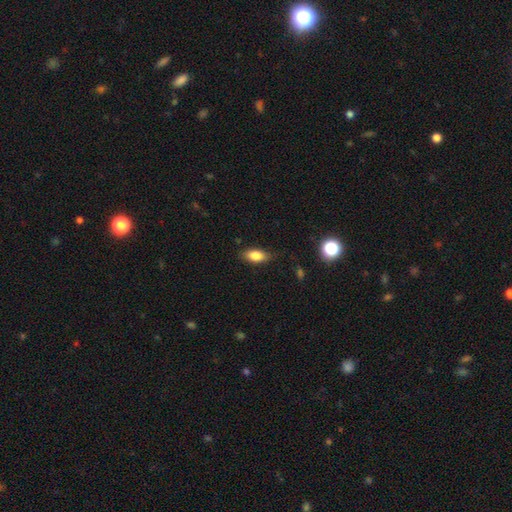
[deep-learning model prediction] Smooth or featured: smooth — 82% (featured or disk — 10%)
How rounded: in between — 85% (cigar-shaped — 10%)
Merging: none — 79% (minor disturbance — 16%)